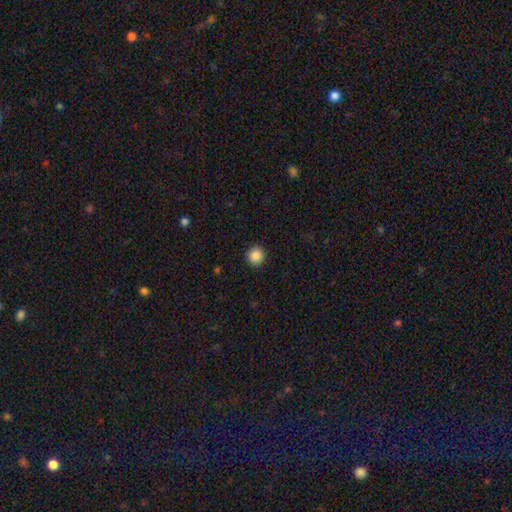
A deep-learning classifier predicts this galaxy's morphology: Smooth or featured?
  - smooth: 87% *
  - star or artifact: 10%
  - featured or disk: 3%
How rounded?
  - round: 94% *
  - in between: 5%
  - cigar-shaped: 1%
Merging?
  - none: 92% *
  - minor disturbance: 5%
  - major disturbance: 2%
  - merger: 1%